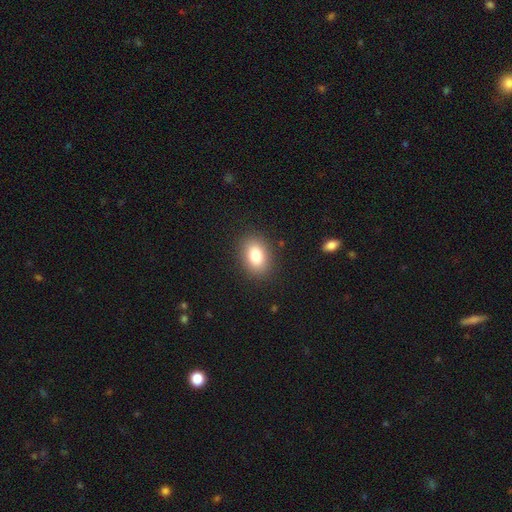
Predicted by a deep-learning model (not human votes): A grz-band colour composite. It shows a smooth galaxy with no disk features (81%) that is in between round and cigar-shaped (76%). Merging: none (88%).